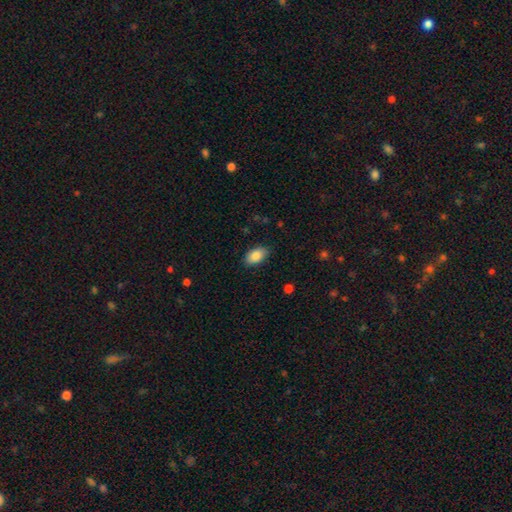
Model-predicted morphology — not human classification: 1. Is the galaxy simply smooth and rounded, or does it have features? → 88% smooth, 7% star or artifact, 5% featured or disk.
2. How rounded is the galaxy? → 93% in between, 5% round, 2% cigar-shaped.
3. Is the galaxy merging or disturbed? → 85% none, 11% minor disturbance, 3% major disturbance, 1% merger.